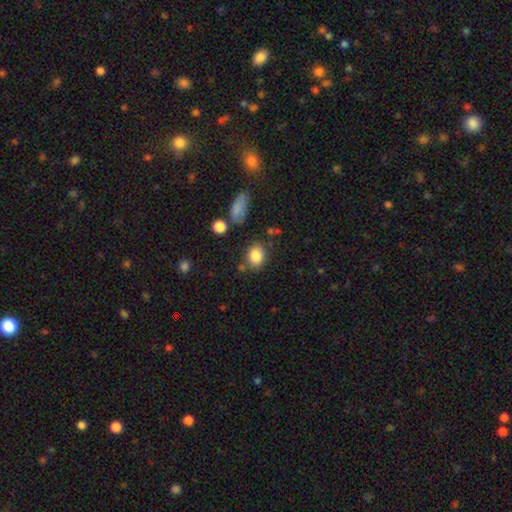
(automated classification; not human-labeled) Overall: smooth (84%). How rounded: in between (53%; round 45%). Merging: none (75%).